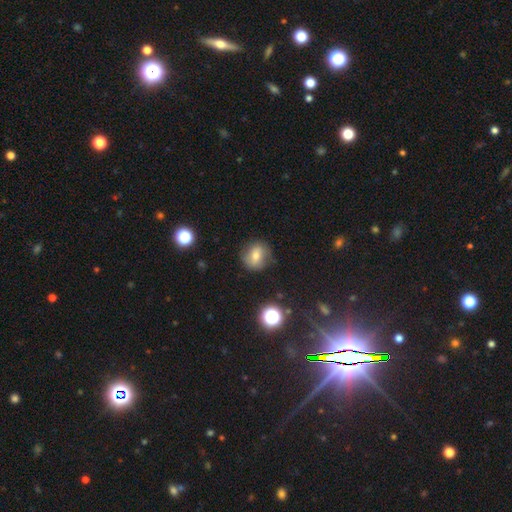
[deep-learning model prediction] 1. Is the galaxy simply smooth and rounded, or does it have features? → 66% smooth, 21% featured or disk, 13% star or artifact.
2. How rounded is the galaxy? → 75% round, 24% in between, 1% cigar-shaped.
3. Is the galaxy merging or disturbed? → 80% none, 15% minor disturbance, 4% major disturbance, 2% merger.